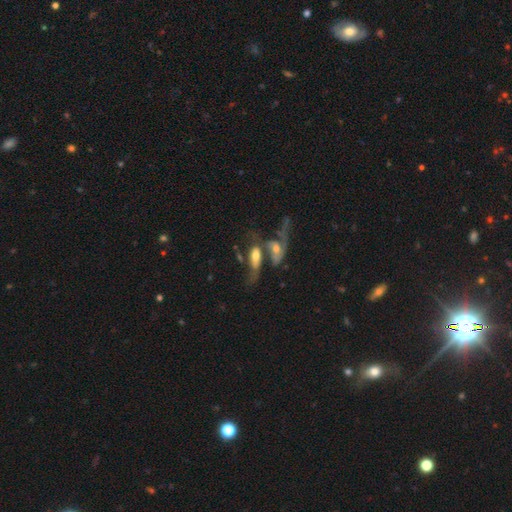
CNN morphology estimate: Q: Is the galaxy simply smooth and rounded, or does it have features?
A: smooth — 48%.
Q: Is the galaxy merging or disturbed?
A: merger — 62%.